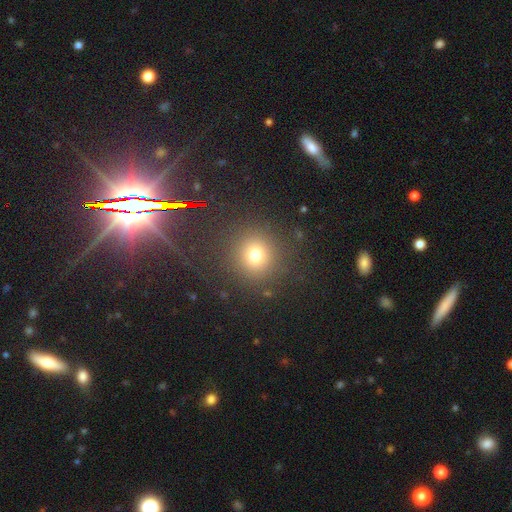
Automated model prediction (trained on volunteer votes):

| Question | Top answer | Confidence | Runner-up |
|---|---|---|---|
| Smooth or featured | smooth | 67% | star or artifact (25%) |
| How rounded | round | 90% | in between (9%) |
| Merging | none | 88% | minor disturbance (7%) |